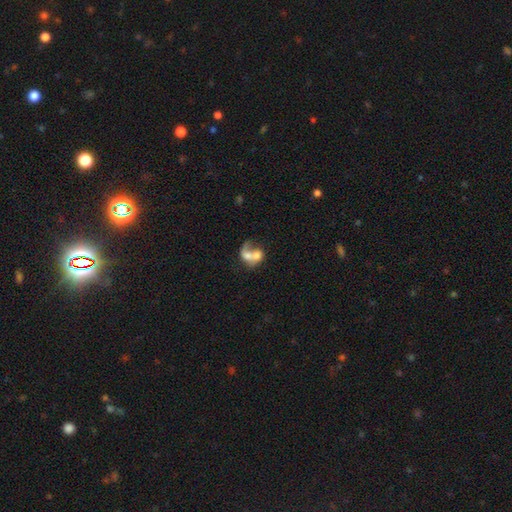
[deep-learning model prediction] Morphology: type=smooth (48%); merging=merger (68%).